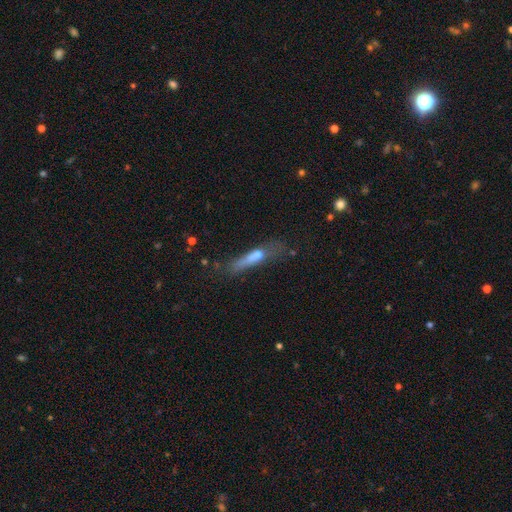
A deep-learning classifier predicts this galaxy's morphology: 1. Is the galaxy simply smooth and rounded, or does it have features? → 51% smooth, 36% featured or disk, 13% star or artifact.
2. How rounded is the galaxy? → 82% cigar-shaped, 15% in between, 3% round.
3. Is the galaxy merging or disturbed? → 42% none, 25% minor disturbance, 24% major disturbance, 9% merger.